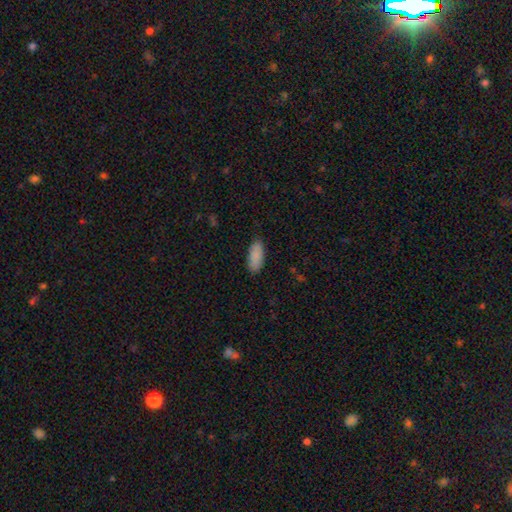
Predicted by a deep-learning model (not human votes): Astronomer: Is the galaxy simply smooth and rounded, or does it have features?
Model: smooth — 90%.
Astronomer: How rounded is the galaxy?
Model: in between — 84%.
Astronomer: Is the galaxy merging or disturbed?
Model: none — 87%.